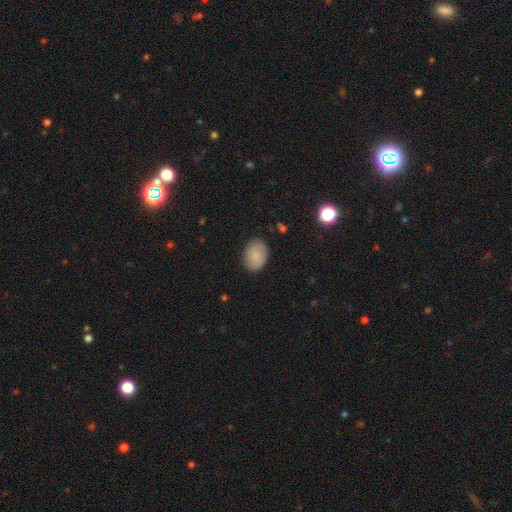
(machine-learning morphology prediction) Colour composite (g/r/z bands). It shows a smooth galaxy with no disk features (85%) that is in between round and cigar-shaped (74%). Merging: none (85%).